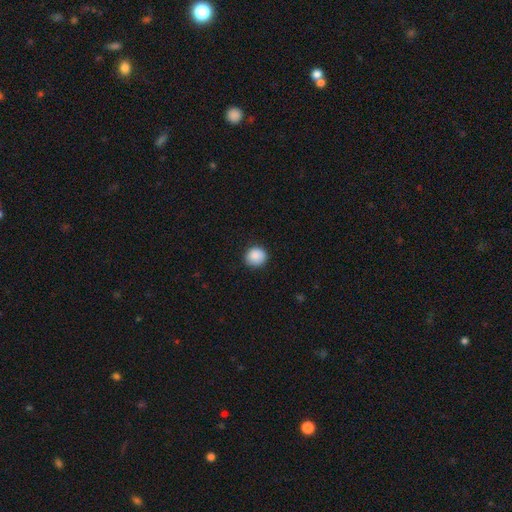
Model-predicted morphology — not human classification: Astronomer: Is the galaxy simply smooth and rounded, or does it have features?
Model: smooth — 88%.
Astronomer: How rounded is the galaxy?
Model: round — 88%.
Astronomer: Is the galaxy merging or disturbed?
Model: none — 86%.